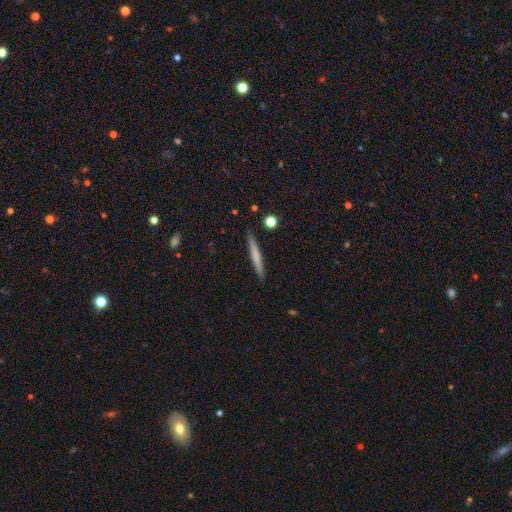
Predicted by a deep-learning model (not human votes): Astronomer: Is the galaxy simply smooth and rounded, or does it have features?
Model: smooth — 65%.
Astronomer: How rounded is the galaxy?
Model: cigar-shaped — 96%.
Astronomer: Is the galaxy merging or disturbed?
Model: none — 91%.